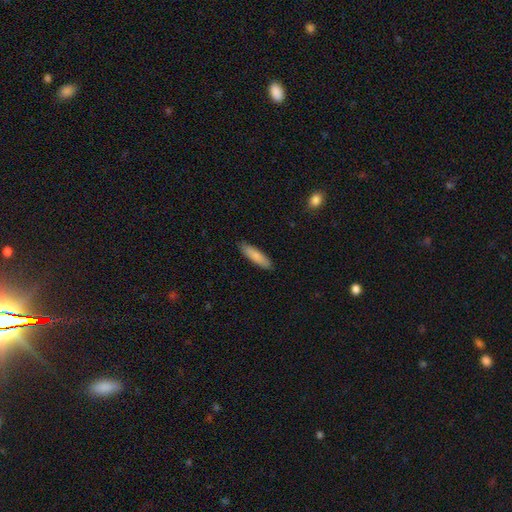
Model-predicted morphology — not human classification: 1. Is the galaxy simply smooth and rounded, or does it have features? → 85% smooth, 10% featured or disk, 6% star or artifact.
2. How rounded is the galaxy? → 67% cigar-shaped, 32% in between, 1% round.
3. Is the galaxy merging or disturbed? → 88% none, 9% minor disturbance, 2% major disturbance, 1% merger.